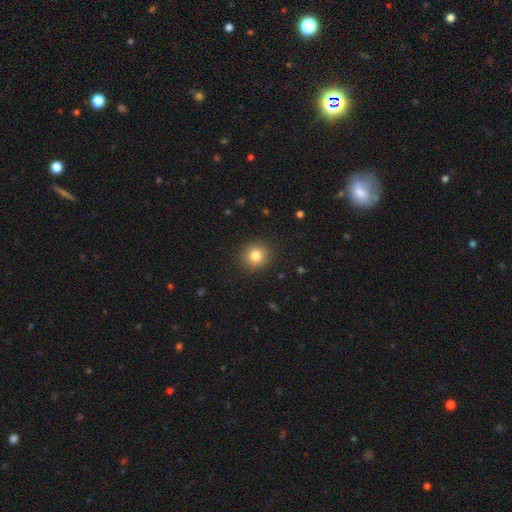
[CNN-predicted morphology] Smooth or featured? Predicted: smooth (p=0.83). How rounded? Predicted: round (p=0.90). Merging? Predicted: none (p=0.91).